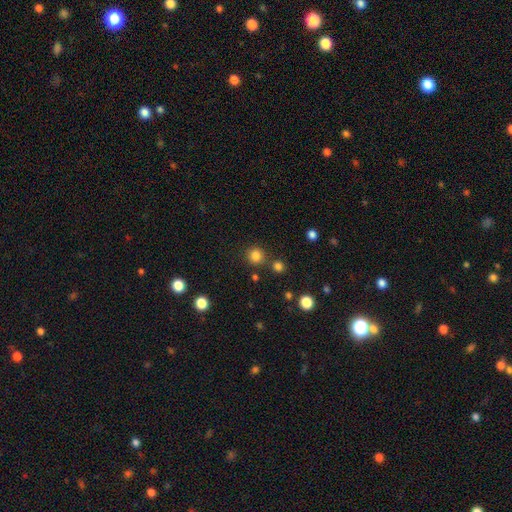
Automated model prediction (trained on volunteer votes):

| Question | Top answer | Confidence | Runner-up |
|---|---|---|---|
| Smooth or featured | smooth | 81% | star or artifact (14%) |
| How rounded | round | 94% | in between (5%) |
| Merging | none | 82% | merger (8%) |